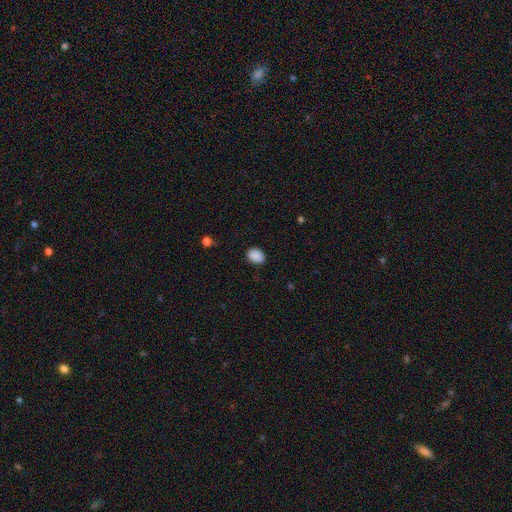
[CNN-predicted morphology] Smooth or featured? Predicted: smooth (p=0.89). How rounded? Predicted: in between (p=0.68). Merging? Predicted: none (p=0.88).